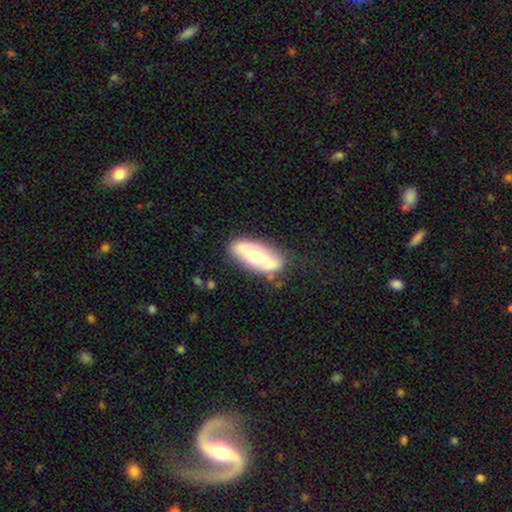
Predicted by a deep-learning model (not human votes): Q: Smooth or featured?
A: featured or disk (49%); runner-up: smooth (45%)
Q: Merging?
A: none (74%); runner-up: minor disturbance (18%)